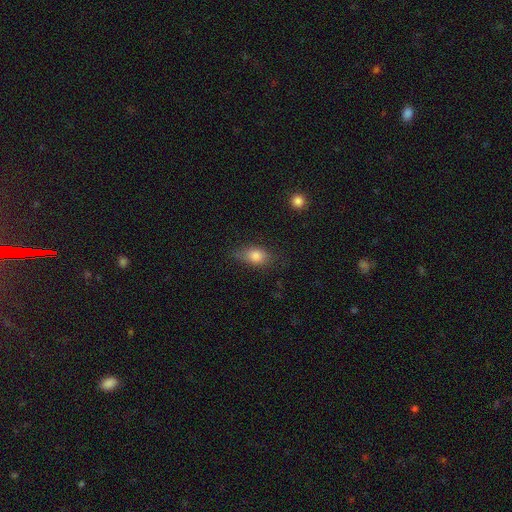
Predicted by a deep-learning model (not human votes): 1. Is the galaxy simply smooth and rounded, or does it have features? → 81% smooth, 10% featured or disk, 9% star or artifact.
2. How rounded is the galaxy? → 80% in between, 15% round, 5% cigar-shaped.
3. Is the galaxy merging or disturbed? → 68% none, 24% minor disturbance, 6% major disturbance, 2% merger.